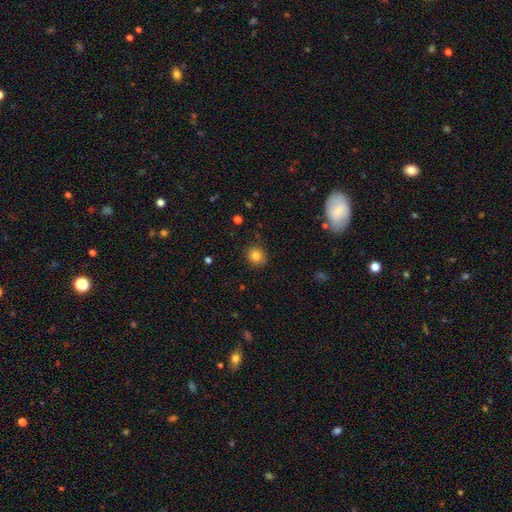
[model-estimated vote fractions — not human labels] Q: Smooth or featured?
A: smooth (83%); runner-up: star or artifact (11%)
Q: How rounded?
A: round (80%); runner-up: in between (19%)
Q: Merging?
A: none (87%); runner-up: minor disturbance (9%)